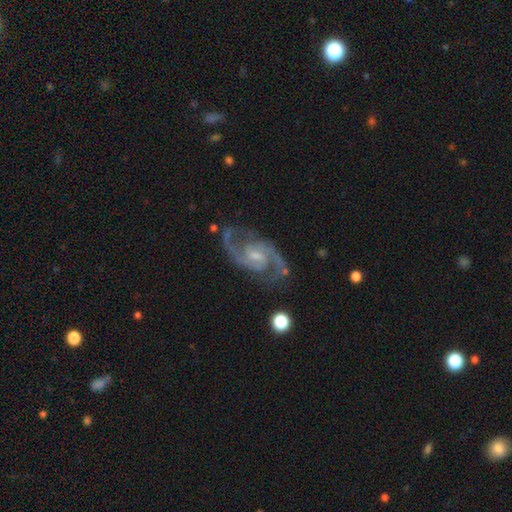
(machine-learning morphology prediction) Smooth or featured: featured or disk — 93% (star or artifact — 4%)
Edge-on disk: no — 98% (yes — 2%)
Bar: weak — 57% (no — 31%)
Spiral arms: yes — 98% (no — 2%)
Spiral winding: medium — 63% (loose — 20%)
Spiral arm count: 2 — 91% (3 — 3%)
Bulge size: small — 55% (moderate — 32%)
Merging: none — 76% (minor disturbance — 16%)